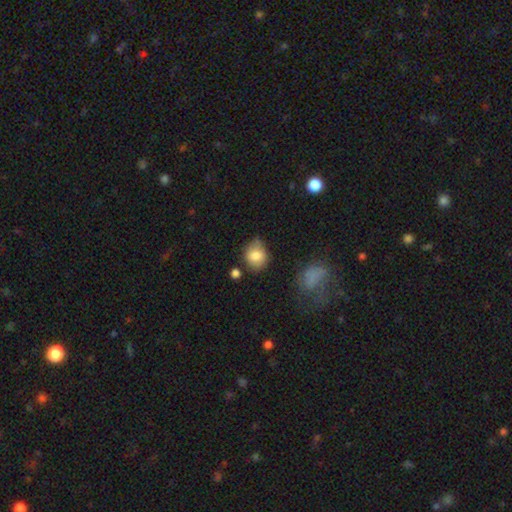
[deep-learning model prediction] Morphology: type=smooth (81%); roundness=round (70%); merging=none (65%).